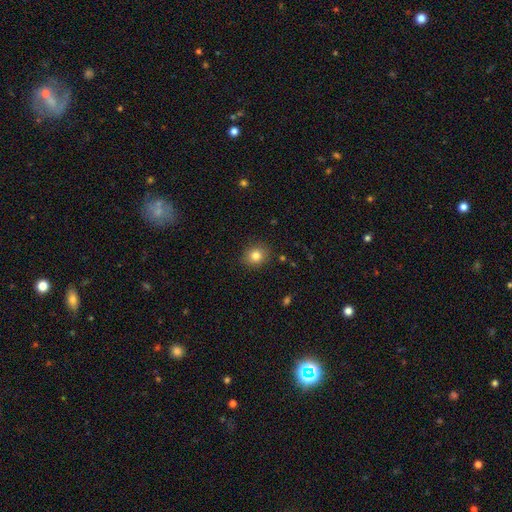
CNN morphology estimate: This appears to be a smooth galaxy with no disk features (82%) that is round (70%). Merging: none (87%).